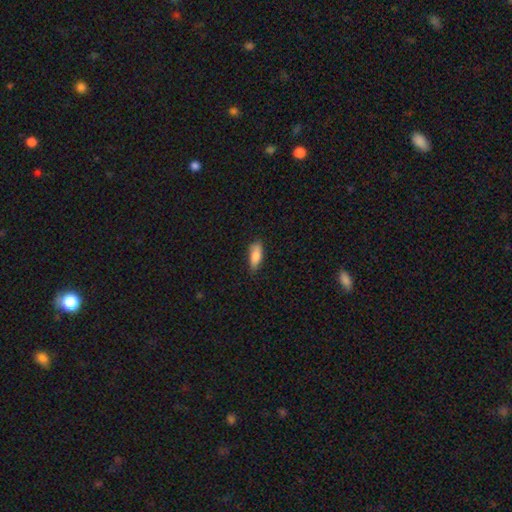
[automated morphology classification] A smooth galaxy with no disk features (85%) that is in between round and cigar-shaped (73%).

Vote fractions:
- Smooth or featured? smooth: 85% / featured or disk: 8% / star or artifact: 7%
- How rounded? in between: 73% / cigar-shaped: 25% / round: 2%
- Merging? none: 71% / minor disturbance: 23% / major disturbance: 4% / merger: 1%